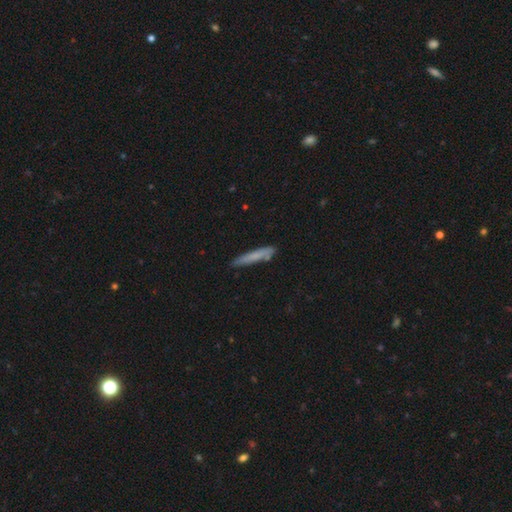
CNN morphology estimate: smooth_or_featured: smooth (p=0.69) [alt: featured or disk p=0.24]
how_rounded: cigar-shaped (p=0.93) [alt: in between p=0.05]
merging: none (p=0.78) [alt: minor disturbance p=0.17]